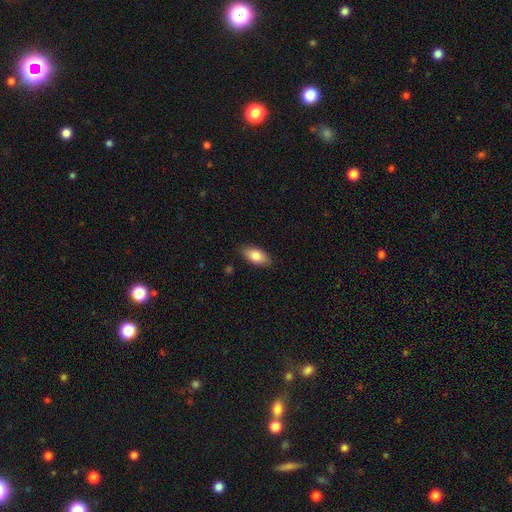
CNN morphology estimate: This appears to be a smooth galaxy with no disk features (83%) that is in between round and cigar-shaped (90%). Merging: none (87%).